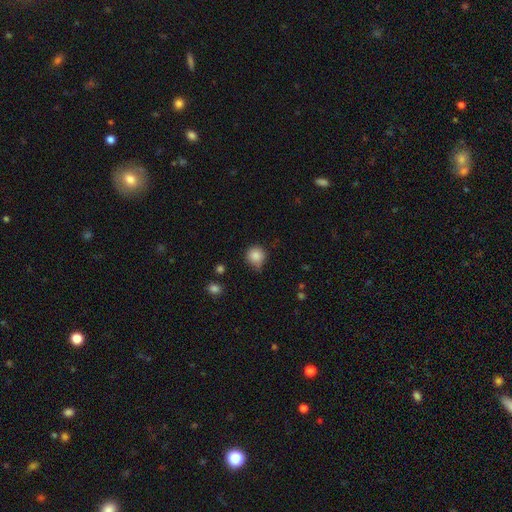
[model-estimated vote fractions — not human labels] A smooth galaxy with no disk features (85%) that is round (90%).

Vote fractions:
- Smooth or featured? smooth: 85% / star or artifact: 10% / featured or disk: 5%
- How rounded? round: 90% / in between: 9% / cigar-shaped: 1%
- Merging? none: 62% / minor disturbance: 30% / major disturbance: 5% / merger: 3%